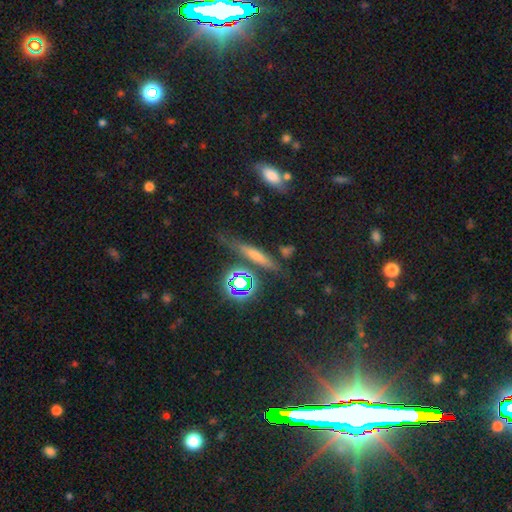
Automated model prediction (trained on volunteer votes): Q: Smooth or featured?
A: smooth (42%); runner-up: featured or disk (29%)
Q: Merging?
A: none (74%); runner-up: minor disturbance (15%)